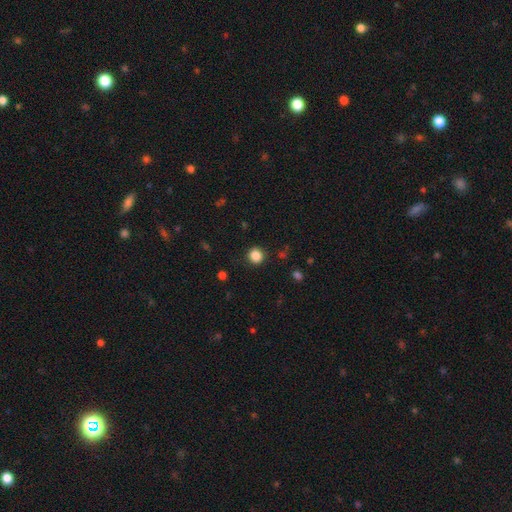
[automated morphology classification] This appears to be a smooth galaxy with no disk features (85%) that is round (87%). Merging: none (88%).